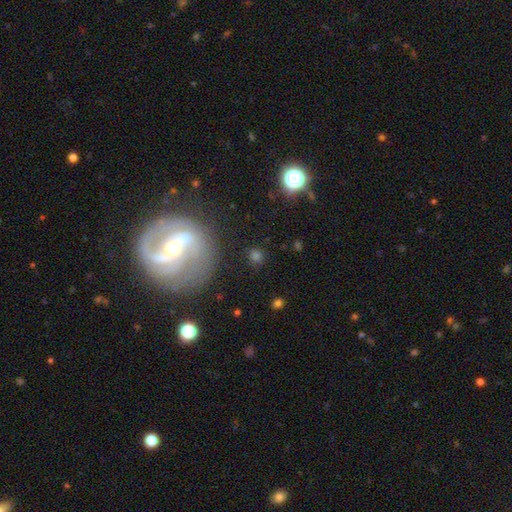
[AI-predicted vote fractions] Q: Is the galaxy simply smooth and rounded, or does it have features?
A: smooth — 57%.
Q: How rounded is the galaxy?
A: round — 80%.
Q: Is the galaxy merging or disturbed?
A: none — 77%.